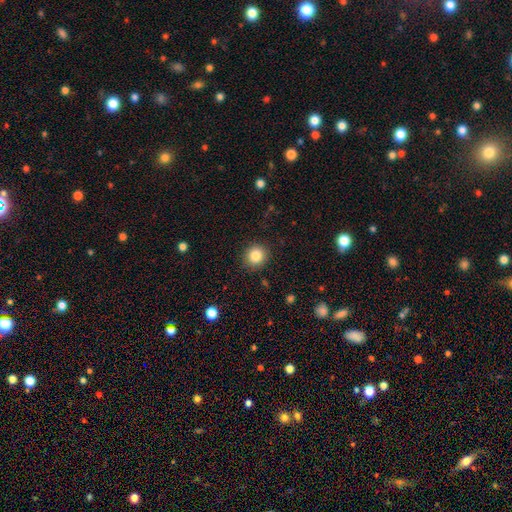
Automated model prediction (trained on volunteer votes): Overall: smooth (84%). How rounded: round (89%). Merging: none (89%).